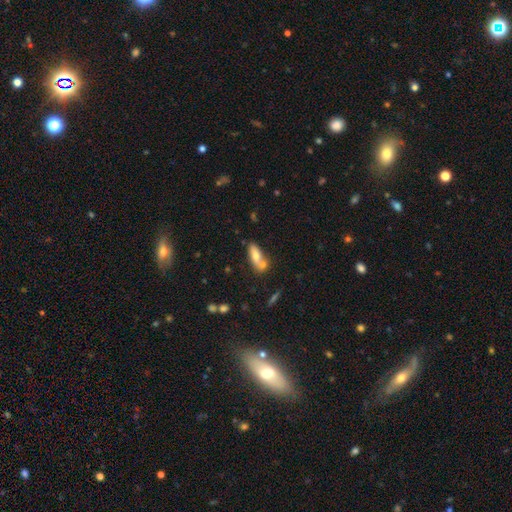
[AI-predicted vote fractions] A smooth galaxy with no disk features (68%) that is in between round and cigar-shaped (67%). Merging: none (43%).